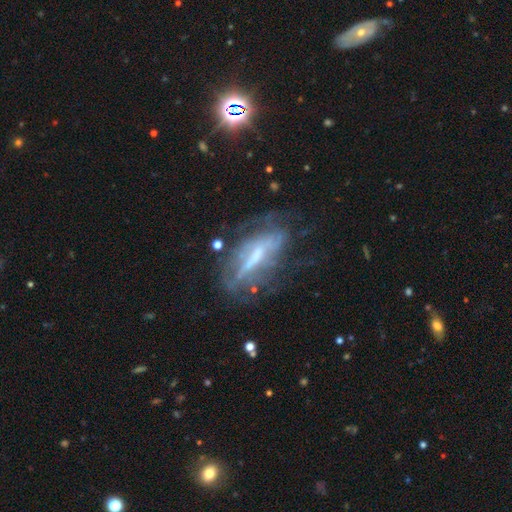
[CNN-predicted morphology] type=featured or disk (72%); edge-on=no (68%); merging=none (50%).